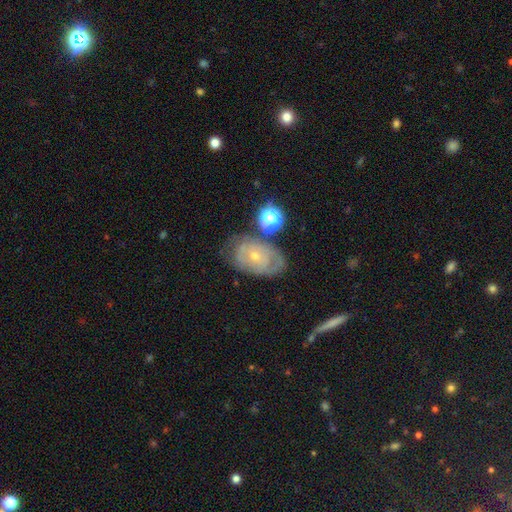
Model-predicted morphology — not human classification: featured or disk 61%, smooth 30%, star or artifact 9%. Down the decision tree: edge-on disk — no (94%); bar — no (81%); spiral arms — yes (66%); bulge size — small (72%); merging — none (55%).